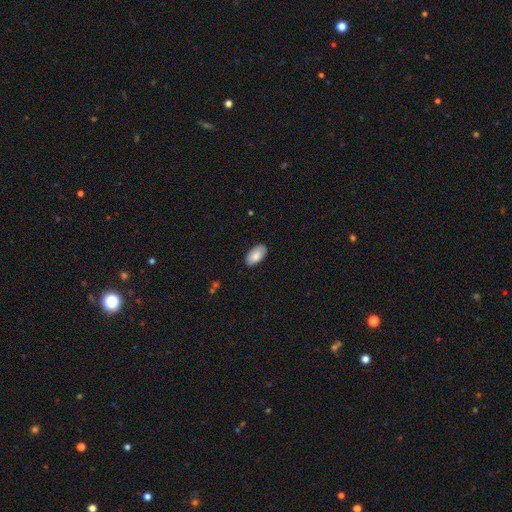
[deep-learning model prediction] The model was most divided on "merging": none: 86%, minor disturbance: 11%, major disturbance: 2%, merger: 1%. More confident: how rounded — in between (95%); smooth or featured — smooth (87%).